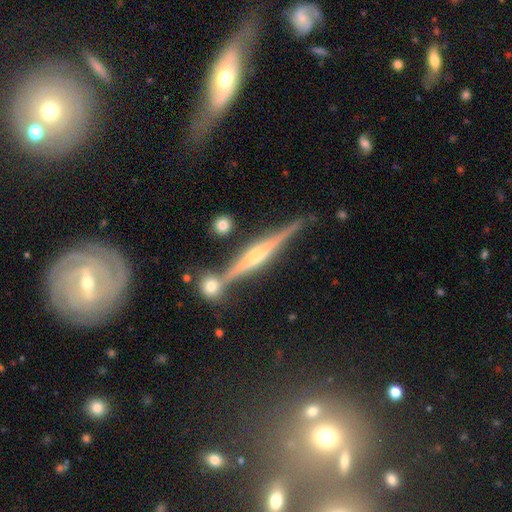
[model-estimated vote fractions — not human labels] Smooth or featured? featured or disk (82%)
Edge-on disk? yes (97%)
Edge-on bulge? rounded (71%)
Merging? none (80%)